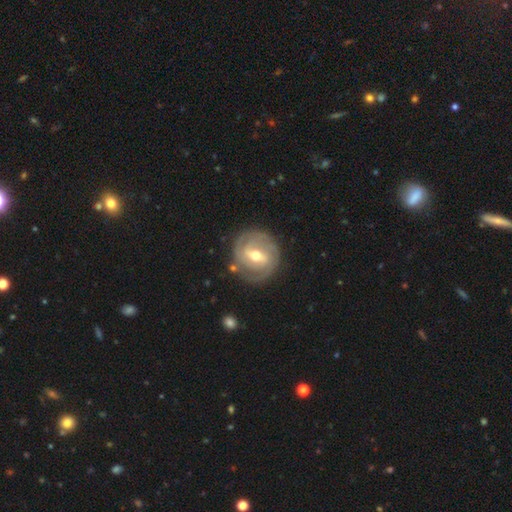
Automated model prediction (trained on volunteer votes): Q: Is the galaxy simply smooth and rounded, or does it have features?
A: featured or disk — 82%.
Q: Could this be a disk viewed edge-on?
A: no — 97%.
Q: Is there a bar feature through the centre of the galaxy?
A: weak — 50%.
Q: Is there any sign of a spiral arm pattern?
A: yes — 92%.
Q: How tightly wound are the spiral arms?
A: tight — 65%.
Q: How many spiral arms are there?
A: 2 — 50%.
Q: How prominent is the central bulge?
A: moderate — 70%.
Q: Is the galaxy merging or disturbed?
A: none — 81%.